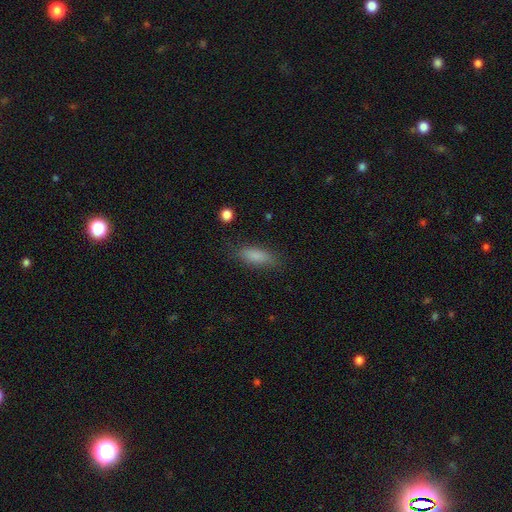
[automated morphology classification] A smooth galaxy with no disk features (83%) that is in between round and cigar-shaped (62%). Merging: none (80%).